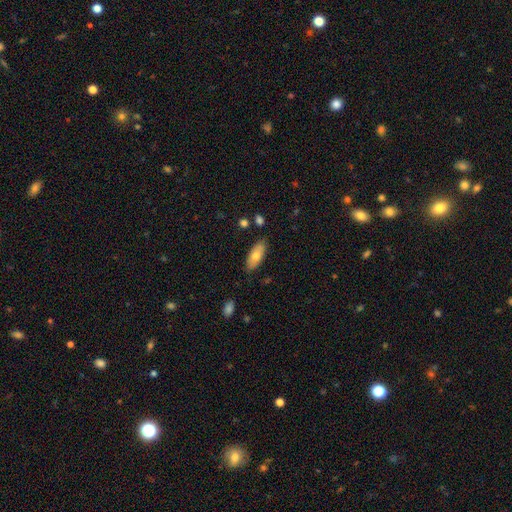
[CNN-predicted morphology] Smooth or featured? Predicted: smooth (p=0.72). How rounded? Predicted: in between (p=0.80). Merging? Predicted: none (p=0.84).